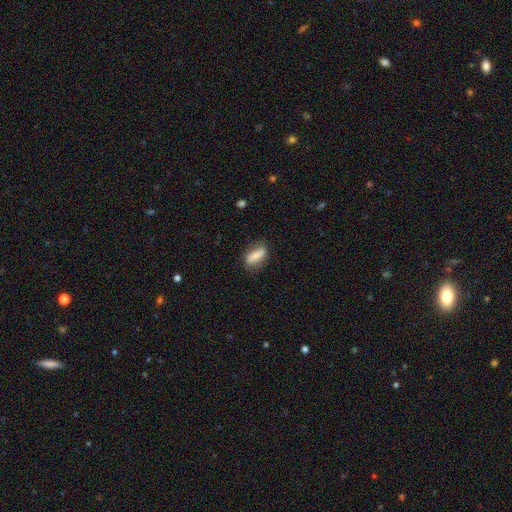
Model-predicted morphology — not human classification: Smooth or featured? smooth (73%)
How rounded? in between (67%)
Merging? none (74%)